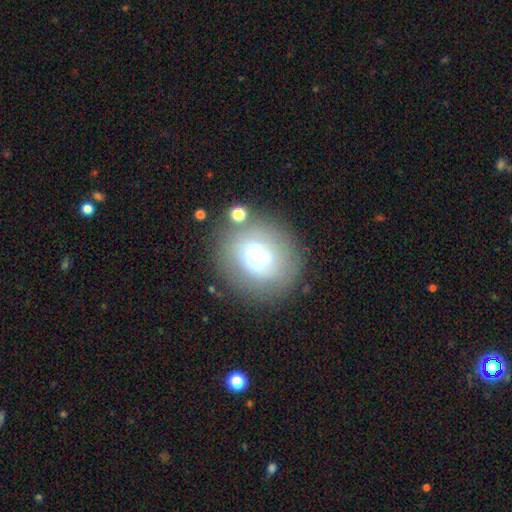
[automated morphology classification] A smooth galaxy with no disk features (60%) that is round (79%). Merging: none (72%).